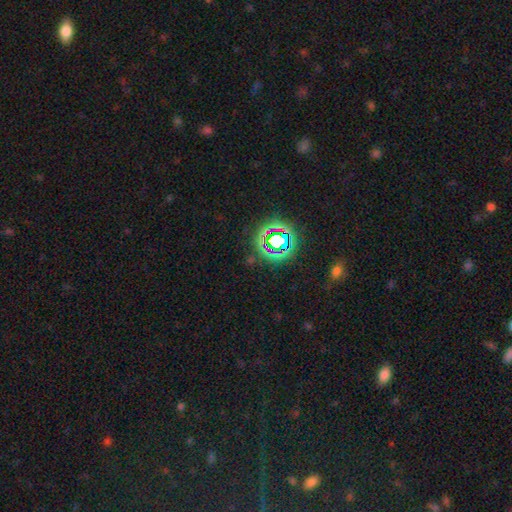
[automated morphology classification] smooth_or_featured: star or artifact (p=0.73) [alt: smooth p=0.17]